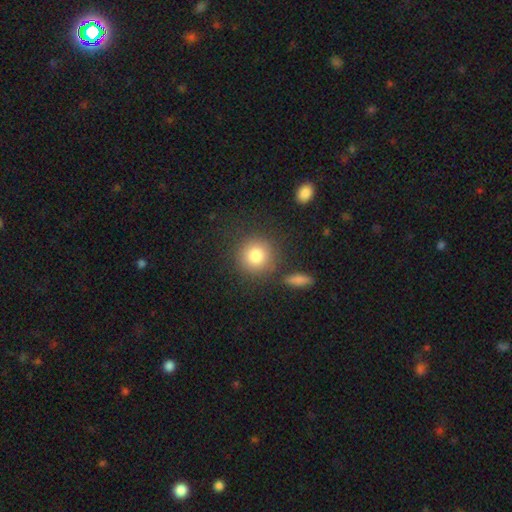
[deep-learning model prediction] Morphology: type=smooth (82%); roundness=round (92%); merging=none (80%).